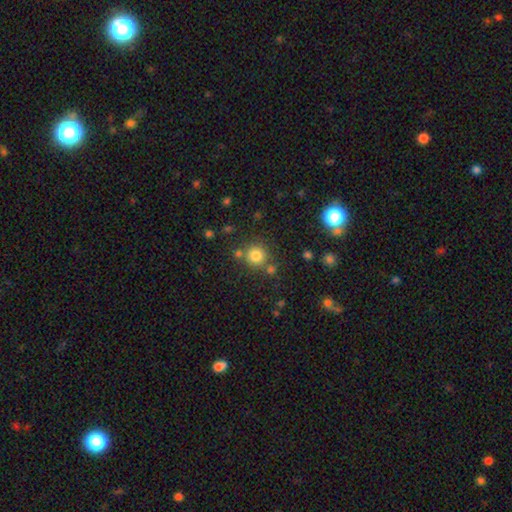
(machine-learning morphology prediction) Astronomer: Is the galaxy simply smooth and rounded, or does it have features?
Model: smooth — 79%.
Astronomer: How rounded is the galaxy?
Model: round — 92%.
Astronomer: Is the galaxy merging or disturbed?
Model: none — 75%.